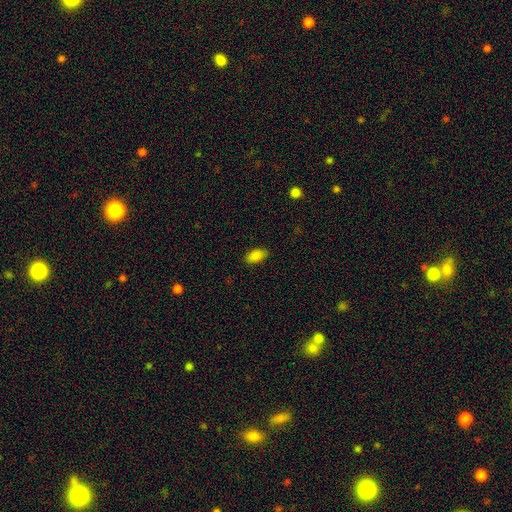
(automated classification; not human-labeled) Q: Smooth or featured?
A: smooth (86%); runner-up: star or artifact (9%)
Q: How rounded?
A: in between (93%); runner-up: round (4%)
Q: Merging?
A: none (85%); runner-up: minor disturbance (12%)